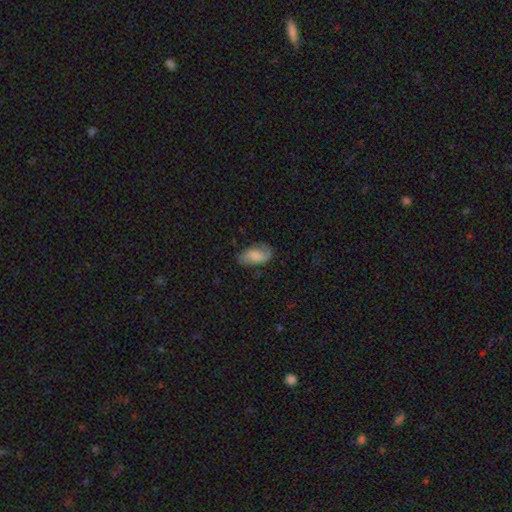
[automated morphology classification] A smooth galaxy with no disk features (57%) that is in between round and cigar-shaped (93%). Merging: none (67%).